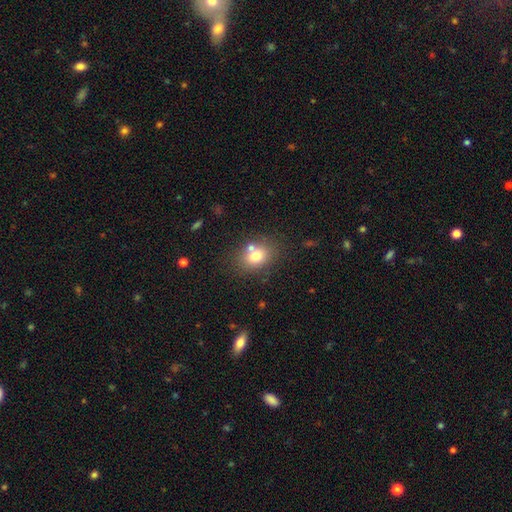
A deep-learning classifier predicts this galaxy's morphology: The model was most divided on "how rounded": in between: 55%, round: 44%, cigar-shaped: 1%. More confident: smooth or featured — smooth (74%); merging — none (66%).